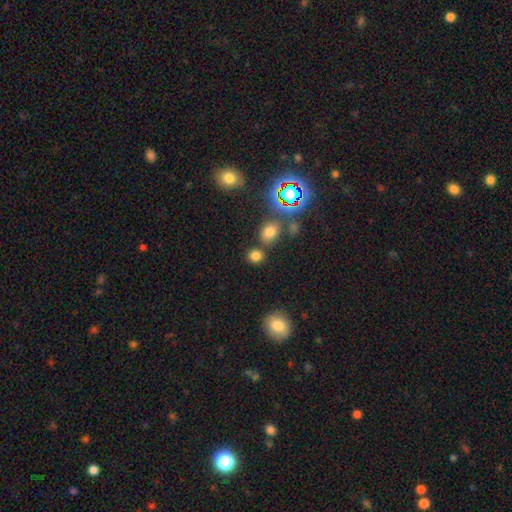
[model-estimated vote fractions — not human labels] Q: Smooth or featured?
A: smooth (75%); runner-up: star or artifact (19%)
Q: How rounded?
A: round (72%); runner-up: in between (27%)
Q: Merging?
A: none (71%); runner-up: merger (16%)